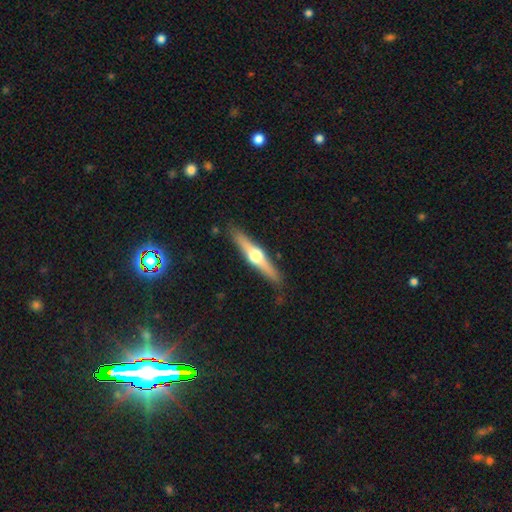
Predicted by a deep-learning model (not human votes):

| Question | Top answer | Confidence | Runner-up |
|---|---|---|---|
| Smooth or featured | featured or disk | 69% | smooth (26%) |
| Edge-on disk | yes | 97% | no (3%) |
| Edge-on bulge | rounded | 96% | boxy (2%) |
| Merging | none | 87% | minor disturbance (10%) |